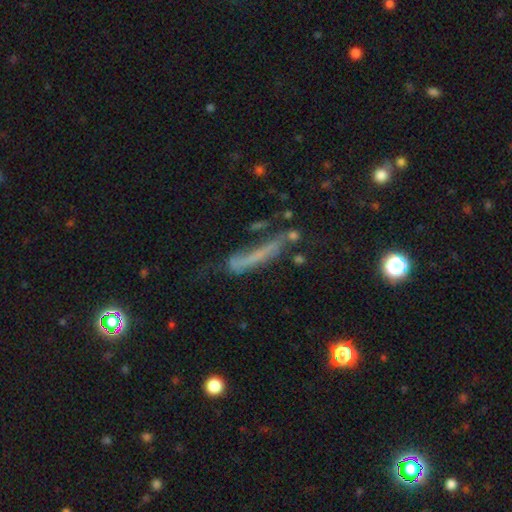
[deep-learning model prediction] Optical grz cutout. It shows a smooth galaxy with no disk features (42%). Merging: none (57%).